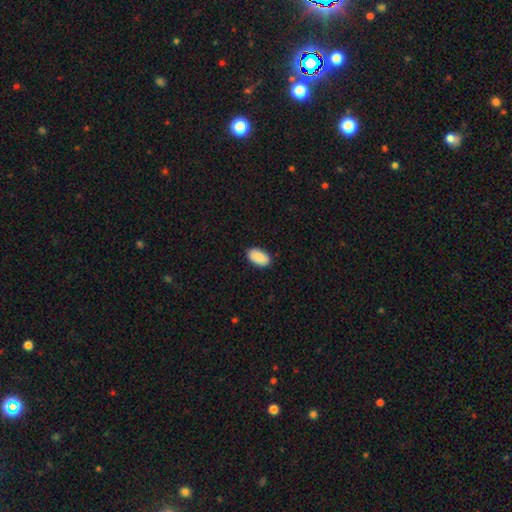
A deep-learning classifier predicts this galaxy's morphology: This is clearly a smooth galaxy (91%). How rounded: clearly in between (95%). Merging: clearly none (89%).